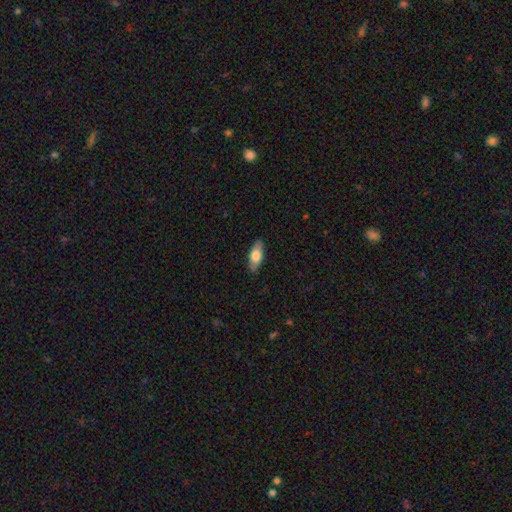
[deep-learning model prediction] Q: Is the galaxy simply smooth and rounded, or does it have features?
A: smooth — 69%.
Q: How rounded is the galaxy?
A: in between — 78%.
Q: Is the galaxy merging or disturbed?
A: none — 87%.